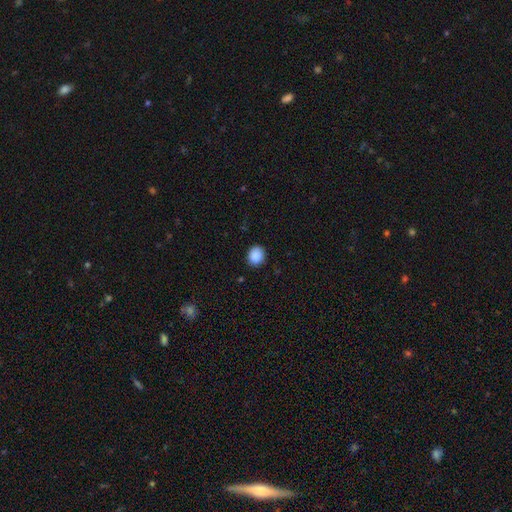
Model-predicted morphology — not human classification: Smooth or featured?
  - smooth: 89% *
  - star or artifact: 8%
  - featured or disk: 3%
How rounded?
  - round: 71% *
  - in between: 29%
  - cigar-shaped: 1%
Merging?
  - none: 87% *
  - minor disturbance: 10%
  - major disturbance: 2%
  - merger: 1%